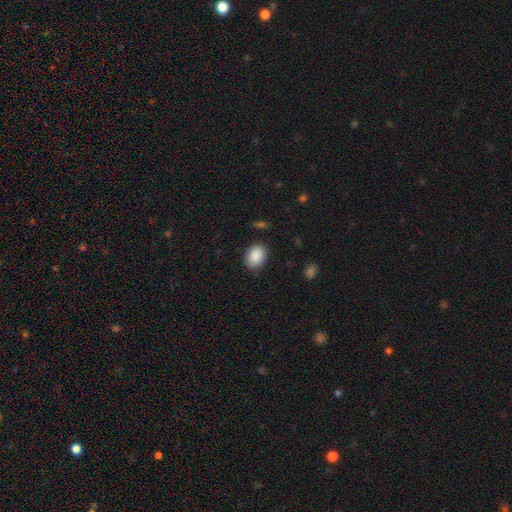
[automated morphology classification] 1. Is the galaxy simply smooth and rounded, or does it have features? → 90% smooth, 7% star or artifact, 3% featured or disk.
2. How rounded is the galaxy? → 70% in between, 29% round, 1% cigar-shaped.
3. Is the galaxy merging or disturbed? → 85% none, 11% minor disturbance, 3% major disturbance, 1% merger.